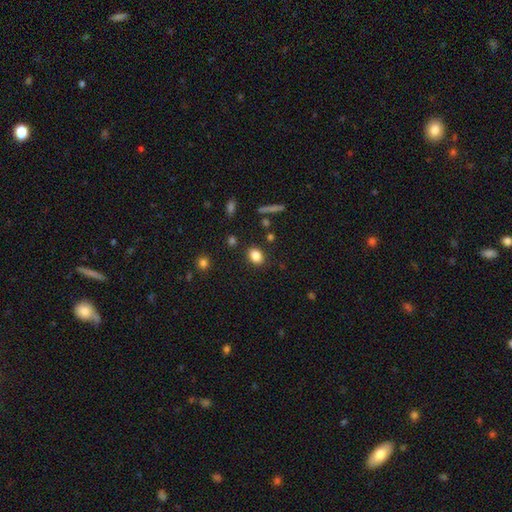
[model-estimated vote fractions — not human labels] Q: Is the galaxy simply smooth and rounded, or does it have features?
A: smooth — 84%.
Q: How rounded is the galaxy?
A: in between — 63%.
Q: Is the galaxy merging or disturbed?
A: none — 86%.